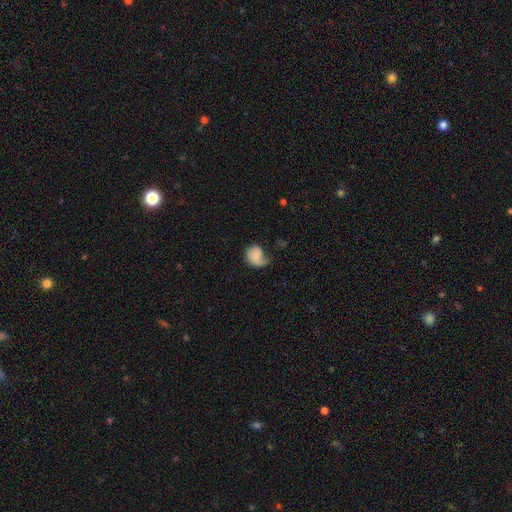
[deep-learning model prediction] Smooth or featured? smooth (59%)
How rounded? round (54%)
Merging? none (34%)